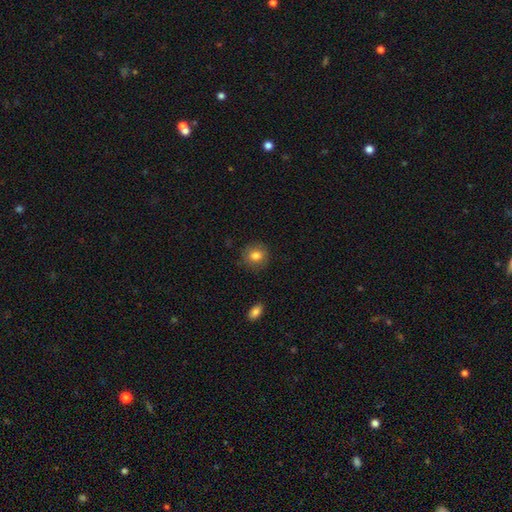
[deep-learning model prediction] Overall: smooth (82%). How rounded: round (84%). Merging: none (86%).